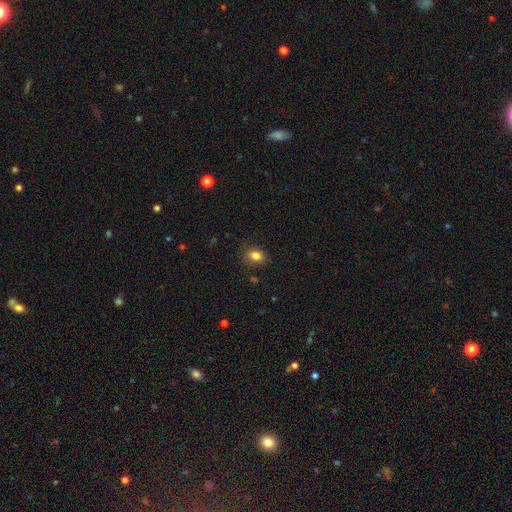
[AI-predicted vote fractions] Smooth or featured? Predicted: smooth (p=0.84). How rounded? Predicted: in between (p=0.61). Merging? Predicted: none (p=0.84).